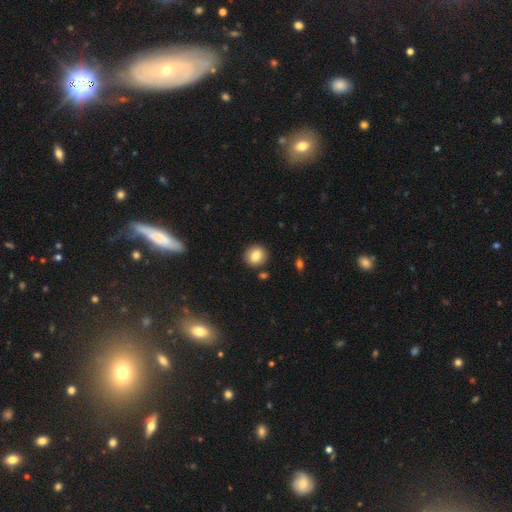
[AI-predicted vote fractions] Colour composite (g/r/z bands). It shows a smooth galaxy with no disk features (82%) that is round (83%). Merging: none (89%).